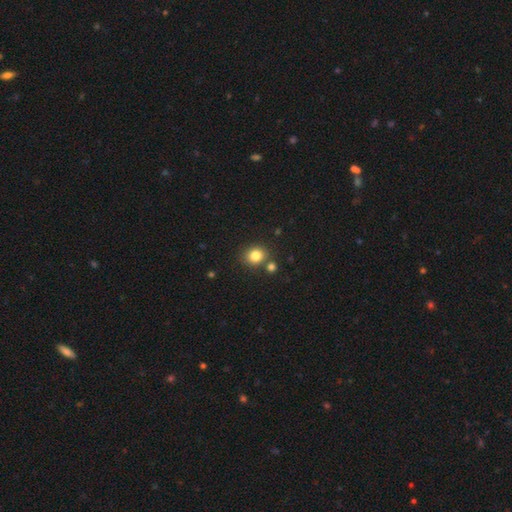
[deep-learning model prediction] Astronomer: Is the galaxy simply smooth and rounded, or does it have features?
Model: smooth — 81%.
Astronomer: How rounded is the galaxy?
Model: round — 77%.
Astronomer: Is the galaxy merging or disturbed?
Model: none — 75%.